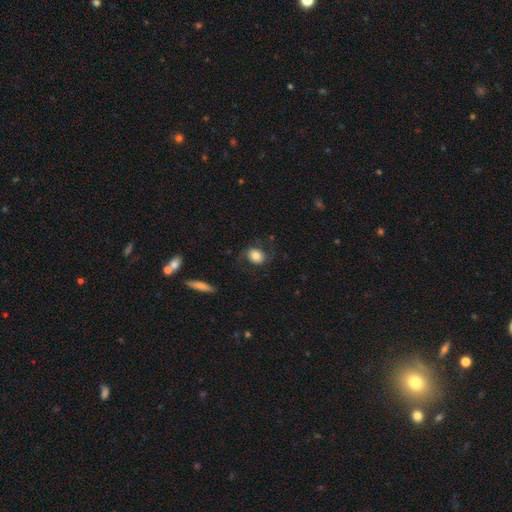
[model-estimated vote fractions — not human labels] The model was most divided on "how rounded": round: 53%, in between: 45%, cigar-shaped: 2%. More confident: merging — none (68%); smooth or featured — smooth (59%).